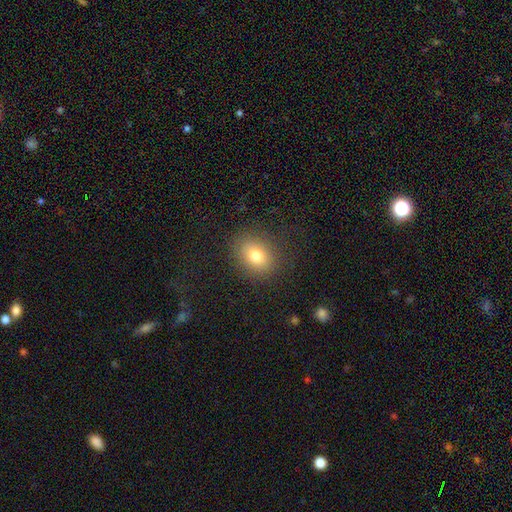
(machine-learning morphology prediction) A smooth galaxy with no disk features (78%) that is in between round and cigar-shaped (50%). Merging: none (86%).